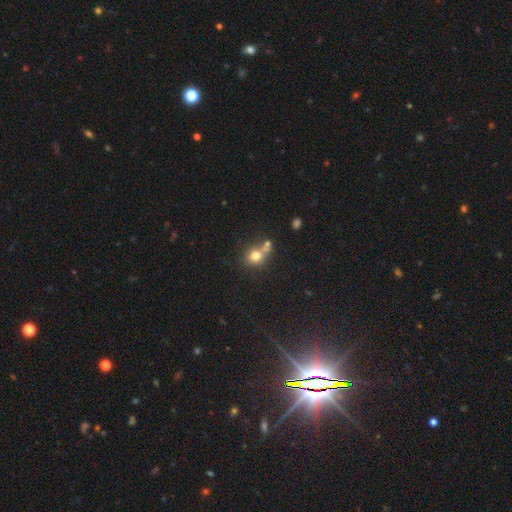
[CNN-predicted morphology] Smooth or featured?
  - smooth: 75% *
  - star or artifact: 13%
  - featured or disk: 12%
How rounded?
  - round: 82% *
  - in between: 17%
  - cigar-shaped: 1%
Merging?
  - none: 46% *
  - merger: 38%
  - minor disturbance: 10%
  - major disturbance: 5%